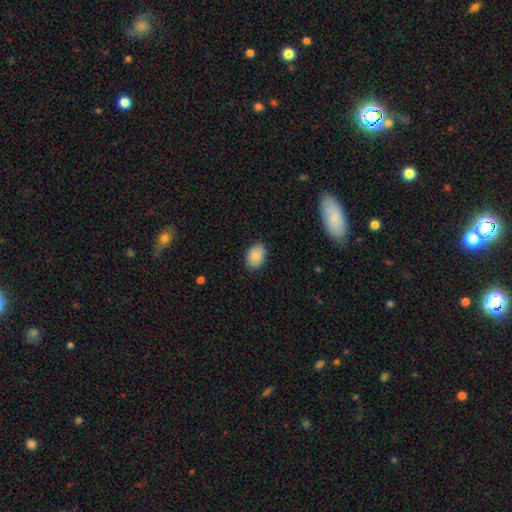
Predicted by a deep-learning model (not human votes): Overall: smooth (85%). How rounded: in between (76%). Merging: none (85%).